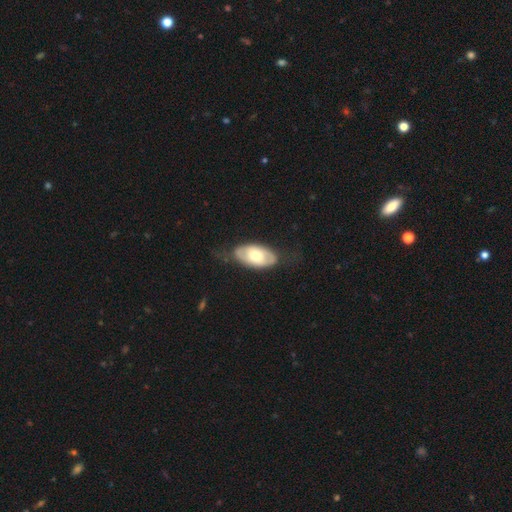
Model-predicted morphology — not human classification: type=smooth (52%); roundness=in between (93%); merging=none (65%).